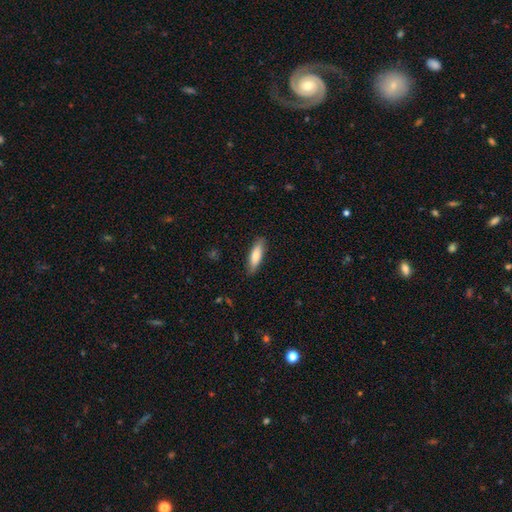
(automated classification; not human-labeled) This is likely a smooth galaxy (78%). How rounded: possibly cigar-shaped (58%). Merging: clearly none (86%).